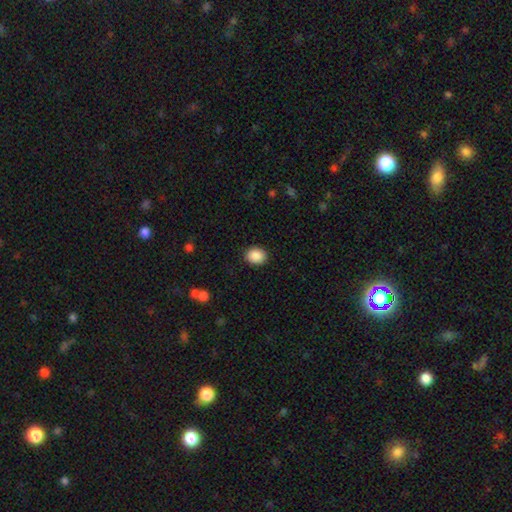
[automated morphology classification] A smooth galaxy with no disk features (89%) that is in between round and cigar-shaped (50%). Merging: none (90%).